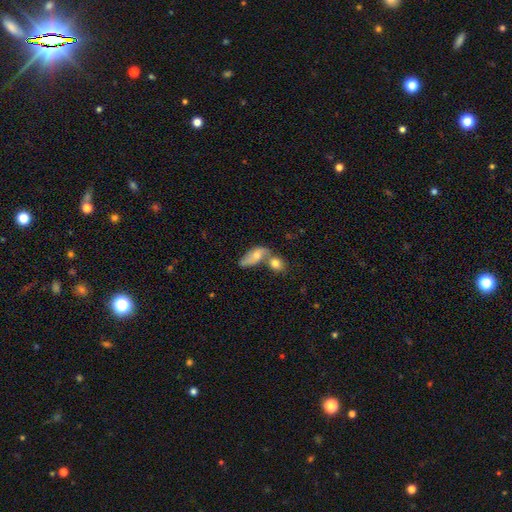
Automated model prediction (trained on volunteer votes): This is likely a smooth galaxy (61%). How rounded: likely in between (79%). Merging: possibly merger (58%).